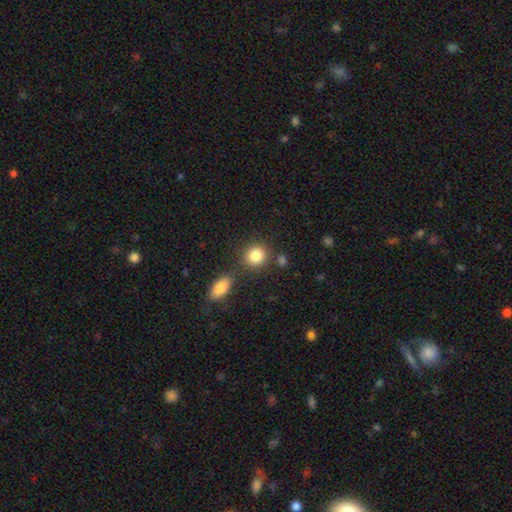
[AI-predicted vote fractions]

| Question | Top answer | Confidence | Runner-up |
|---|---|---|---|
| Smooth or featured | smooth | 85% | star or artifact (9%) |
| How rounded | round | 80% | in between (19%) |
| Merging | none | 72% | merger (14%) |